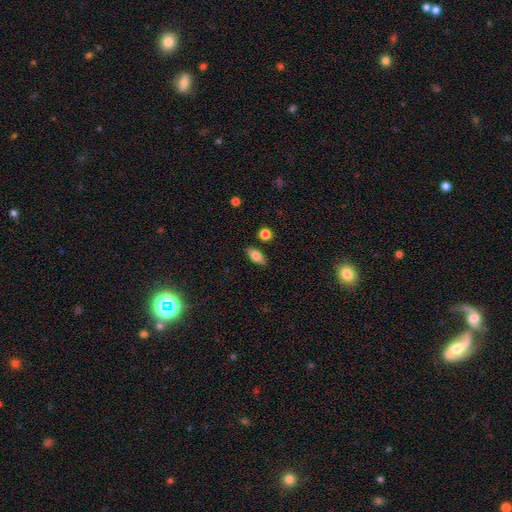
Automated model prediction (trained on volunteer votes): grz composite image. It shows a smooth galaxy with no disk features (79%) that is in between round and cigar-shaped (86%). Merging: none (84%).